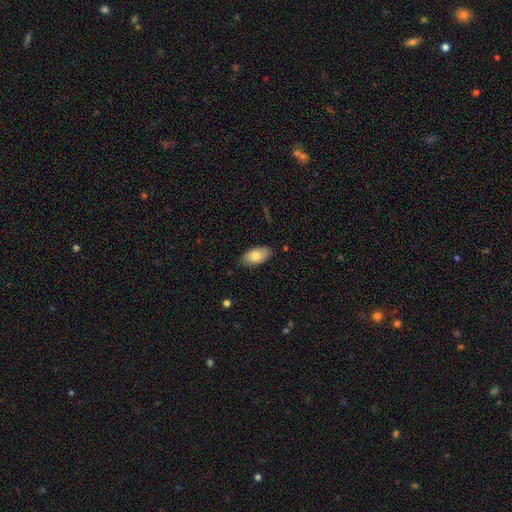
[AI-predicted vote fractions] Smooth or featured?
  - smooth: 81% *
  - featured or disk: 13%
  - star or artifact: 6%
How rounded?
  - in between: 94% *
  - round: 3%
  - cigar-shaped: 2%
Merging?
  - none: 84% *
  - minor disturbance: 13%
  - major disturbance: 2%
  - merger: 1%